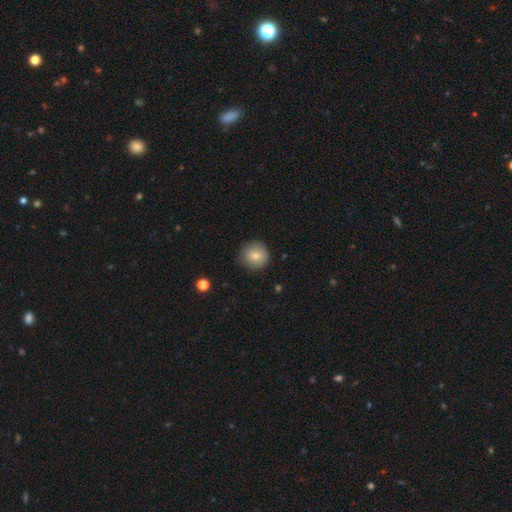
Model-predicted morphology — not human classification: This appears to be a smooth galaxy with no disk features (81%) that is round (94%). Merging: none (84%).